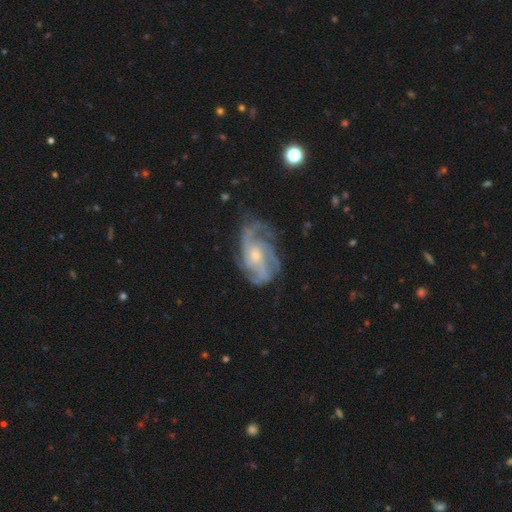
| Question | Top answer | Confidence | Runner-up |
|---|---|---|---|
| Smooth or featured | featured or disk | 92% | smooth (8%) |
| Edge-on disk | no | 97% | yes (3%) |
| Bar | no | 65% | weak (29%) |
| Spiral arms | yes | 97% | no (3%) |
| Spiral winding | tight | 48% | tied: medium (48%) |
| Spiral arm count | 3 | 42% | 4 (30%) |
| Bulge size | moderate | 50% | small (44%) |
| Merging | none | 55% | minor disturbance (26%) |